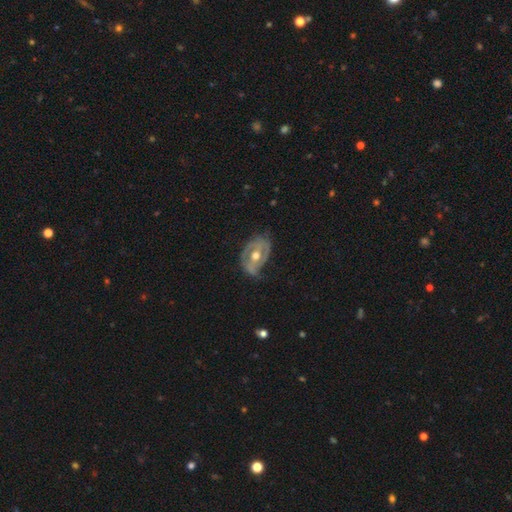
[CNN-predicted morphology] type=featured or disk (77%); edge-on=no (95%); bar=no (49%); spiral arms=yes (72%); winding=tight (41%); arm count=2 (62%); bulge=moderate (78%); merging=none (57%).